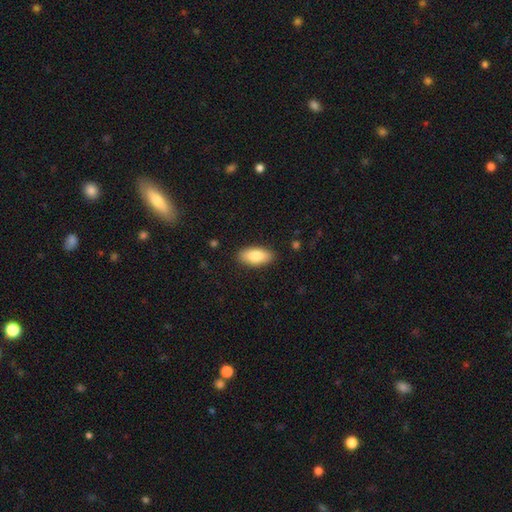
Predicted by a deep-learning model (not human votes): smooth 85%, featured or disk 9%, star or artifact 6%. Down the decision tree: how rounded — in between (89%); merging — none (87%).